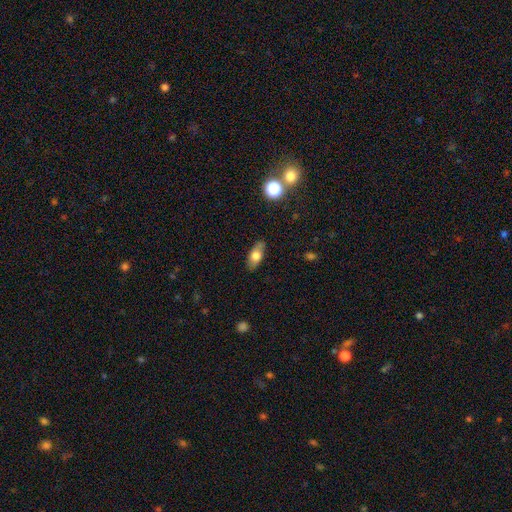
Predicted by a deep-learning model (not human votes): Q: Smooth or featured?
A: smooth (69%); runner-up: featured or disk (23%)
Q: How rounded?
A: in between (81%); runner-up: cigar-shaped (14%)
Q: Merging?
A: none (80%); runner-up: minor disturbance (15%)